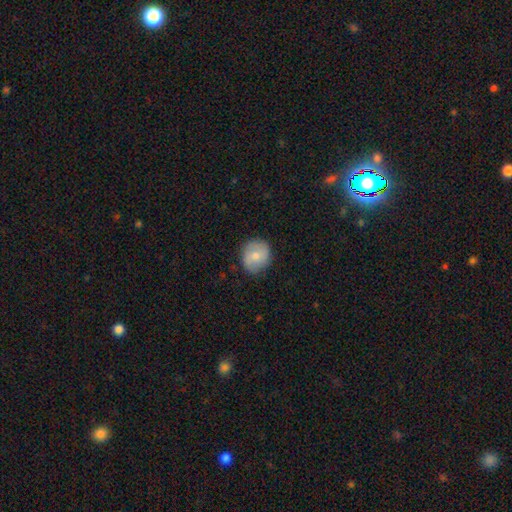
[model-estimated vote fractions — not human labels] The model was most divided on "smooth or featured": smooth: 68%, featured or disk: 26%, star or artifact: 7%. More confident: merging — none (82%); how rounded — round (80%).